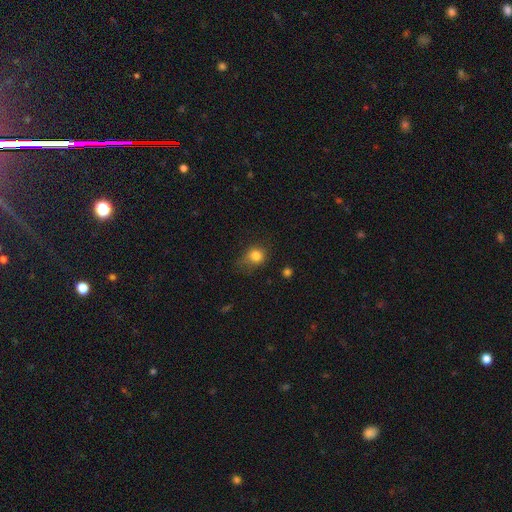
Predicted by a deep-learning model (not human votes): Morphology: type=smooth (82%); roundness=round (69%); merging=none (52%).